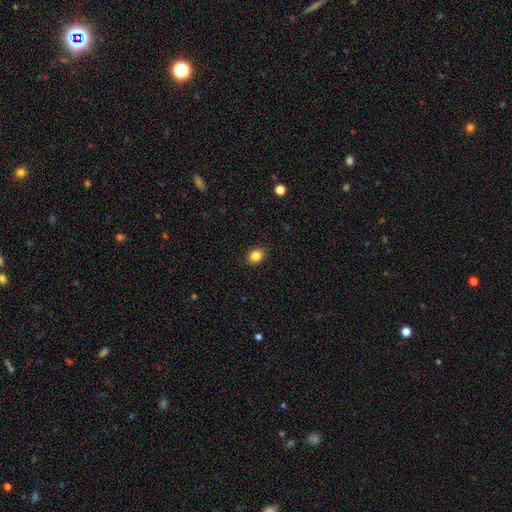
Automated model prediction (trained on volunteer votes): Q: Smooth or featured?
A: smooth (85%); runner-up: star or artifact (10%)
Q: How rounded?
A: round (55%); runner-up: in between (44%)
Q: Merging?
A: none (89%); runner-up: minor disturbance (8%)